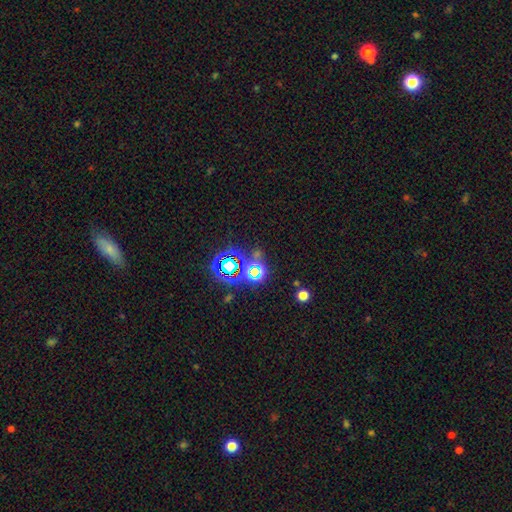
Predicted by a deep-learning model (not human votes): The model was most divided on "smooth or featured": star or artifact: 71%, smooth: 19%, featured or disk: 9%.